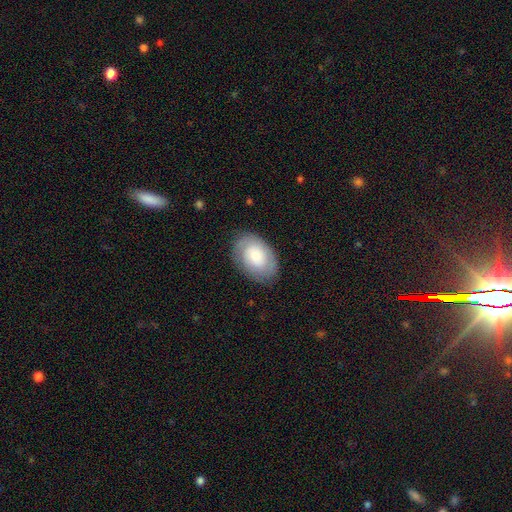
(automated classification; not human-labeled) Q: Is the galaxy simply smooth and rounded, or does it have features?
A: smooth — 66%.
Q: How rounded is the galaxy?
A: in between — 87%.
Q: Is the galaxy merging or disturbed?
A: none — 80%.